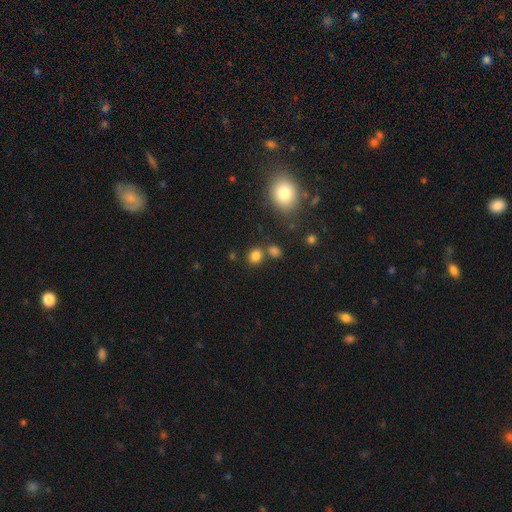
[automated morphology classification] Overall: smooth (81%). How rounded: round (72%). Merging: none (73%).